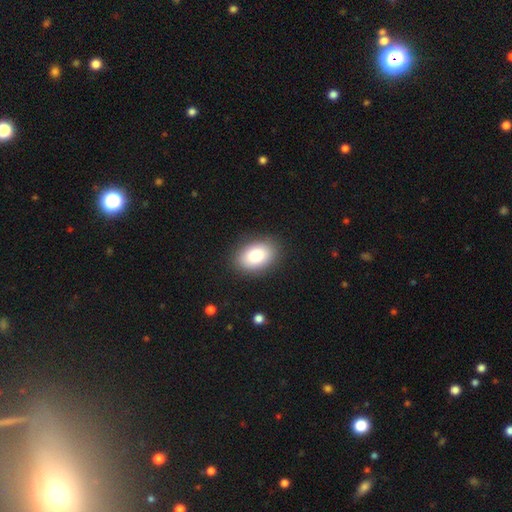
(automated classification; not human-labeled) Morphology: type=smooth (79%); roundness=in between (80%); merging=none (88%).